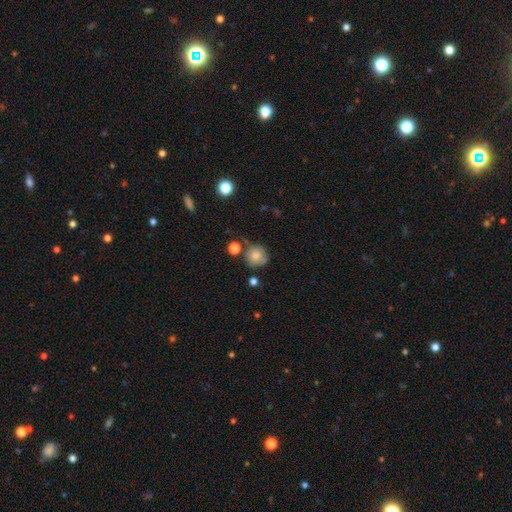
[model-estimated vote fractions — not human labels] smooth_or_featured: smooth (p=0.76) [alt: featured or disk p=0.14]
how_rounded: round (p=0.89) [alt: in between p=0.10]
merging: none (p=0.63) [alt: minor disturbance p=0.21]